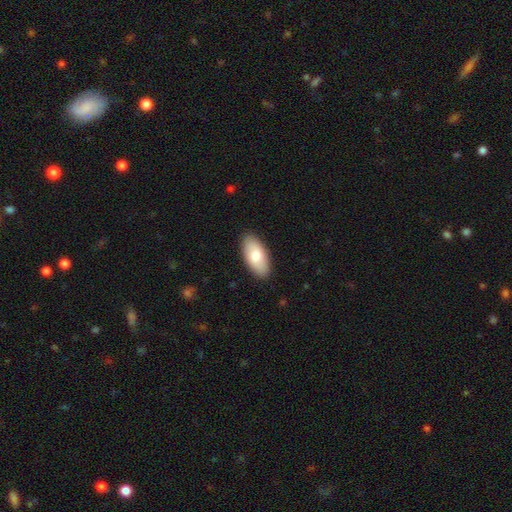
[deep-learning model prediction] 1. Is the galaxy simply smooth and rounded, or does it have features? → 78% smooth, 17% featured or disk, 5% star or artifact.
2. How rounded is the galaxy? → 92% in between, 6% cigar-shaped, 2% round.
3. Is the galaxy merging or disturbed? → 89% none, 8% minor disturbance, 2% major disturbance, 1% merger.